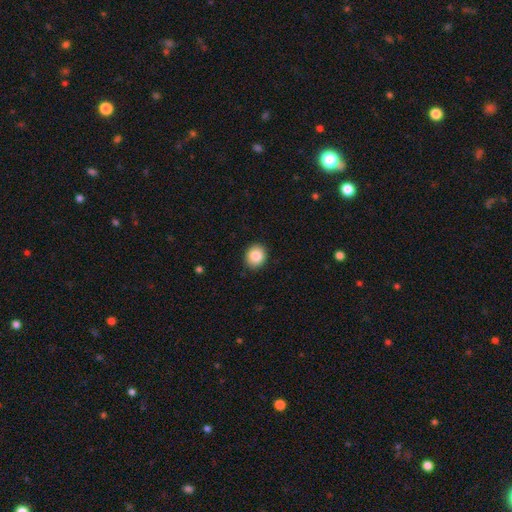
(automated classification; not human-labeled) Smooth or featured? smooth (86%)
How rounded? round (74%)
Merging? none (90%)